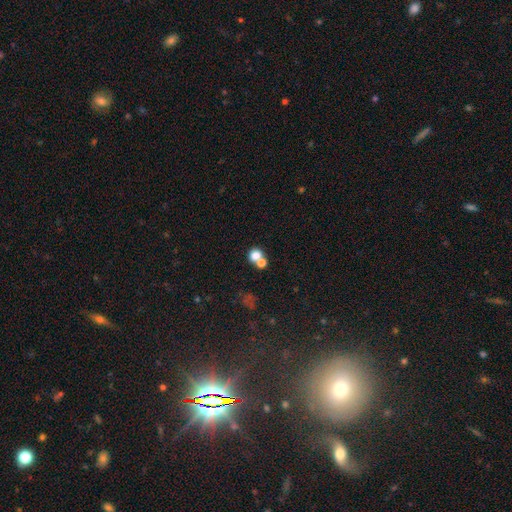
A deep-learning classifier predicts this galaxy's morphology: smooth-or-featured: smooth: 74% | star or artifact: 15% | featured or disk: 10%
  how-rounded: round: 74% | in between: 25% | cigar-shaped: 1%
  merging: none: 44% (tied) | merger: 44% (tied) | minor disturbance: 8% | major disturbance: 5%